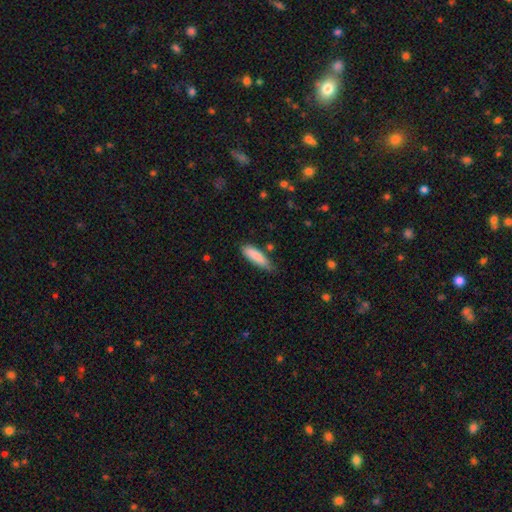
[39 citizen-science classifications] This is clearly a smooth galaxy (85%). How rounded: likely in between (61%). Merging: likely none (64%).